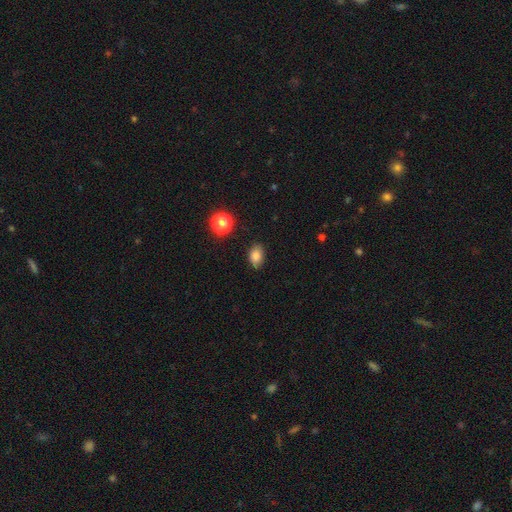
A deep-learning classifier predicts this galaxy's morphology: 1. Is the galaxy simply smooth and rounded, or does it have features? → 84% smooth, 11% star or artifact, 6% featured or disk.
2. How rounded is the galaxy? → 82% in between, 16% round, 1% cigar-shaped.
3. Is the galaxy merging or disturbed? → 83% none, 13% minor disturbance, 3% major disturbance, 1% merger.